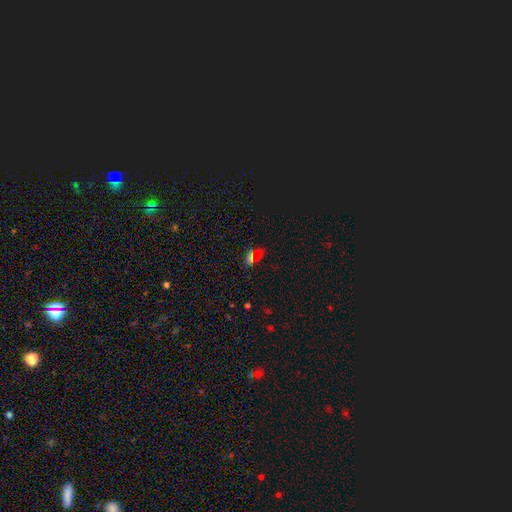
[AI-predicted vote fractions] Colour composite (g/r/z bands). It shows a smooth galaxy with no disk features (45%, tied with star or artifact). Merging: none (65%).